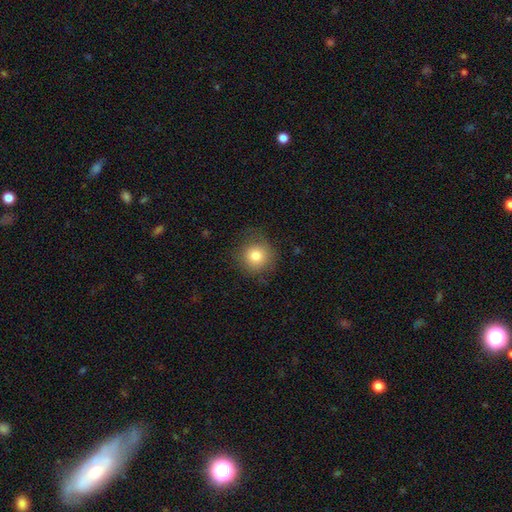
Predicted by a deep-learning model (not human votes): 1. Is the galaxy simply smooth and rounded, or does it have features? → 79% smooth, 11% star or artifact, 10% featured or disk.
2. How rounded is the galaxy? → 92% round, 7% in between, 1% cigar-shaped.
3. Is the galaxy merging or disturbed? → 81% none, 13% minor disturbance, 5% major disturbance, 1% merger.